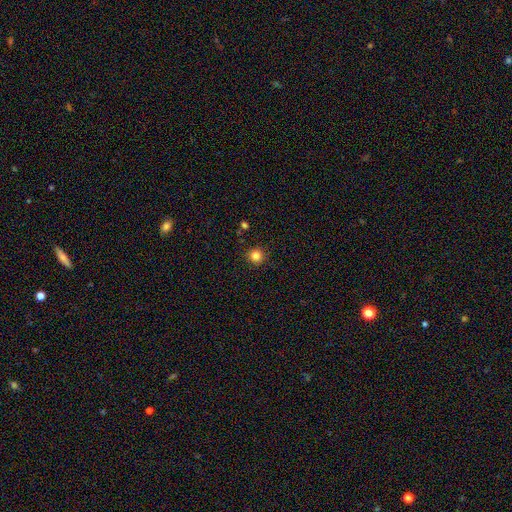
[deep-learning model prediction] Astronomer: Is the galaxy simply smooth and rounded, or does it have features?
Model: smooth — 83%.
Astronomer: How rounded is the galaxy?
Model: round — 94%.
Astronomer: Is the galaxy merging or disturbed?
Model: none — 90%.